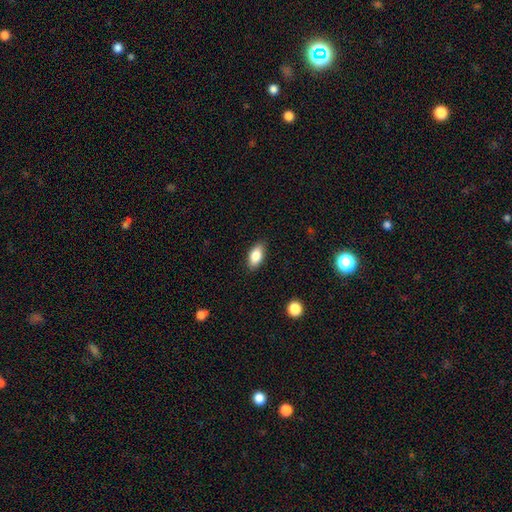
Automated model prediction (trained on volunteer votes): Overall: smooth (85%). How rounded: in between (91%). Merging: none (88%).